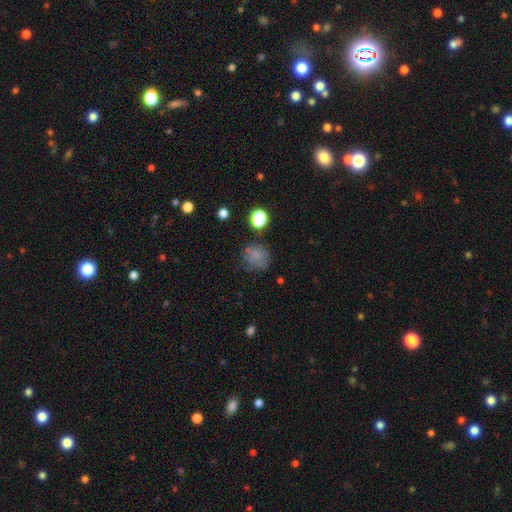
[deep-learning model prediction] The model was most divided on "merging": none: 61%, minor disturbance: 22%, major disturbance: 12%, merger: 5%. More confident: how rounded — round (76%); smooth or featured — smooth (70%).